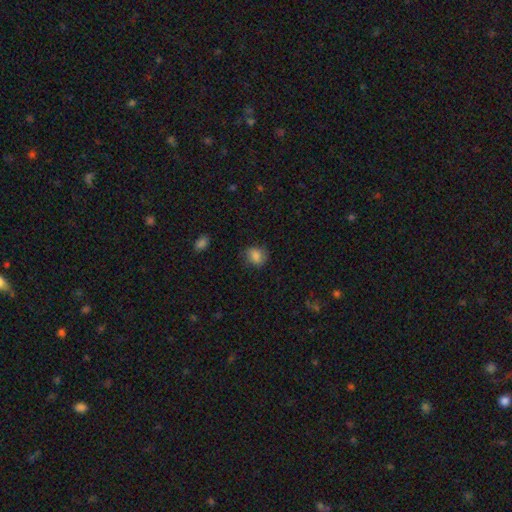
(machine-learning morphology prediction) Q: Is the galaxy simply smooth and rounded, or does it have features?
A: smooth — 83%.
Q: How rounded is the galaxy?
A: round — 64%.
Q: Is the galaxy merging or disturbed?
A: none — 76%.